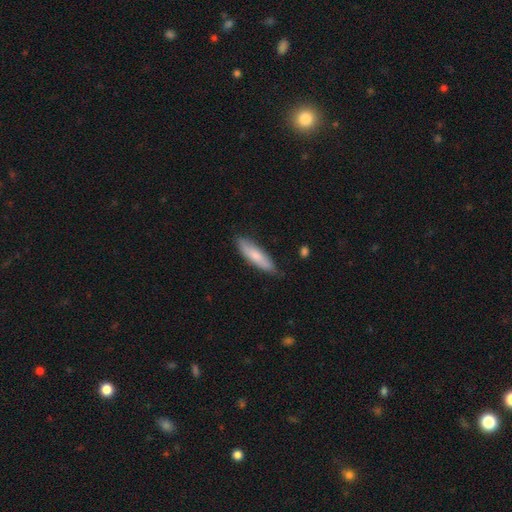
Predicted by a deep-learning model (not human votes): Q: Smooth or featured?
A: smooth (72%); runner-up: featured or disk (22%)
Q: How rounded?
A: cigar-shaped (63%); runner-up: in between (35%)
Q: Merging?
A: none (79%); runner-up: minor disturbance (17%)